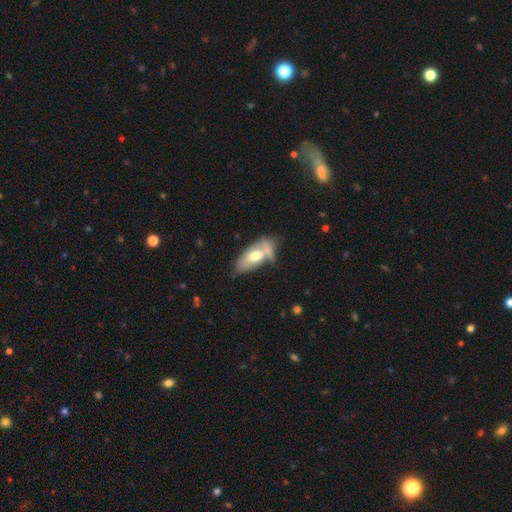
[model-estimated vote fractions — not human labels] Smooth or featured?
  - smooth: 56% *
  - featured or disk: 38%
  - star or artifact: 6%
How rounded?
  - in between: 86% *
  - cigar-shaped: 11%
  - round: 3%
Merging?
  - none: 32% *
  - merger: 26%
  - minor disturbance: 24%
  - major disturbance: 17%